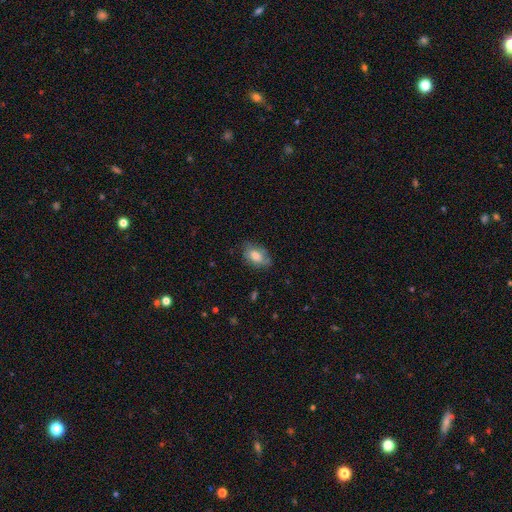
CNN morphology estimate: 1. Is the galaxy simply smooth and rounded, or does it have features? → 72% smooth, 20% featured or disk, 8% star or artifact.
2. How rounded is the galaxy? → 88% in between, 10% round, 2% cigar-shaped.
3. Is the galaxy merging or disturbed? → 66% none, 26% minor disturbance, 7% major disturbance, 2% merger.